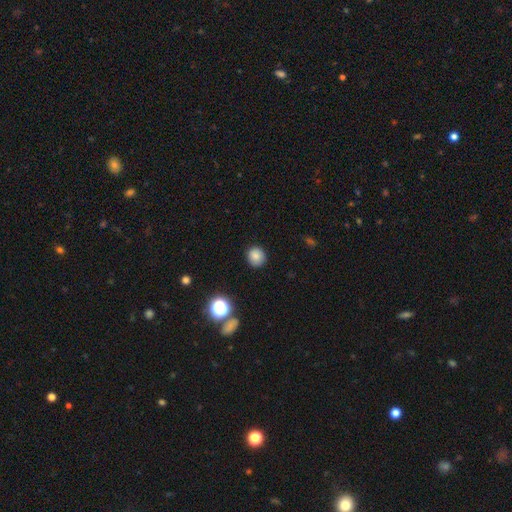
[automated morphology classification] Q: Smooth or featured?
A: smooth (83%); runner-up: star or artifact (12%)
Q: How rounded?
A: round (88%); runner-up: in between (11%)
Q: Merging?
A: none (88%); runner-up: minor disturbance (9%)